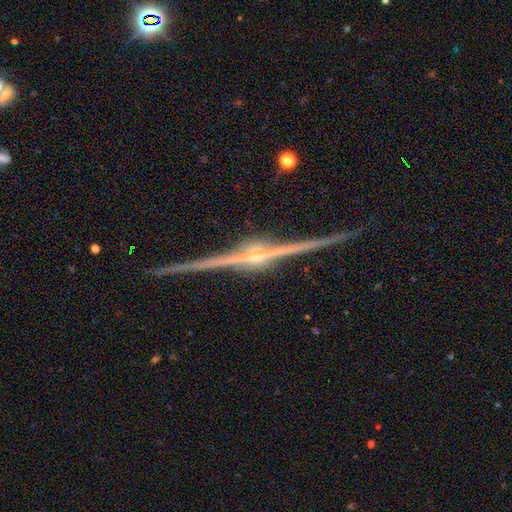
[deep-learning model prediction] Smooth or featured?
  - featured or disk: 92% *
  - star or artifact: 5%
  - smooth: 3%
Edge-on disk?
  - yes: 99% *
  - no: 1%
Edge-on bulge?
  - rounded: 87% *
  - boxy: 8%
  - none: 5%
Merging?
  - none: 92% *
  - minor disturbance: 5%
  - major disturbance: 1%
  - merger: 1%